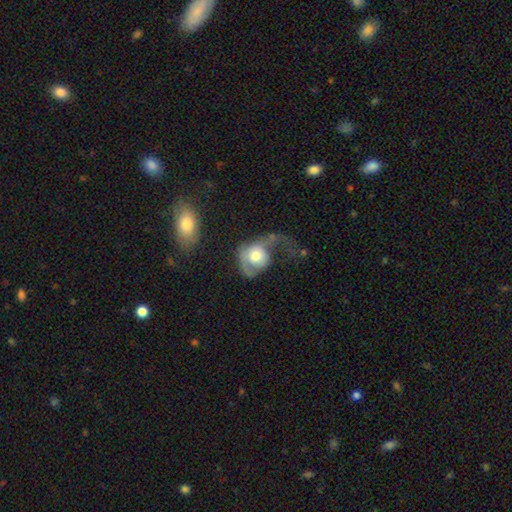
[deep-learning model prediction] The model was most divided on "smooth or featured": smooth: 50%, featured or disk: 43%, star or artifact: 7%. More confident: merging — major disturbance (62%).